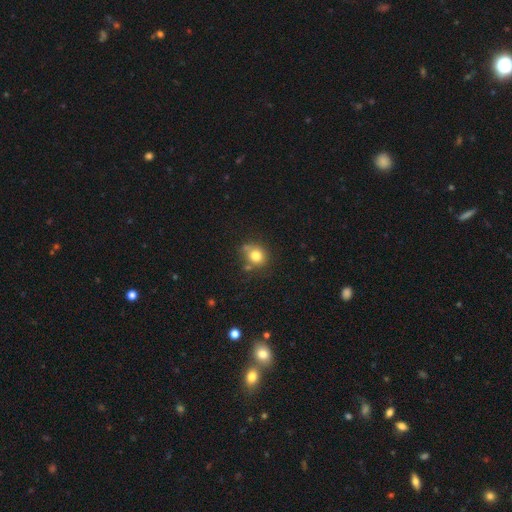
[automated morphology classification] Overall: smooth (78%). How rounded: round (73%). Merging: none (61%; minor disturbance 22%).